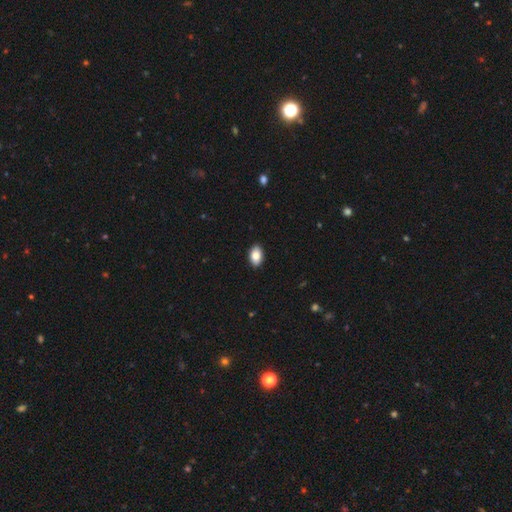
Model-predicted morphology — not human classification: Smooth or featured? smooth (85%)
How rounded? in between (92%)
Merging? none (91%)